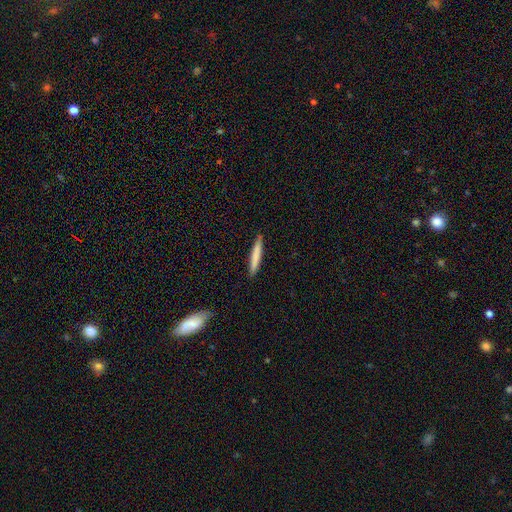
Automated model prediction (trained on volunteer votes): Smooth or featured? Predicted: smooth (p=0.77). How rounded? Predicted: cigar-shaped (p=0.96). Merging? Predicted: none (p=0.91).